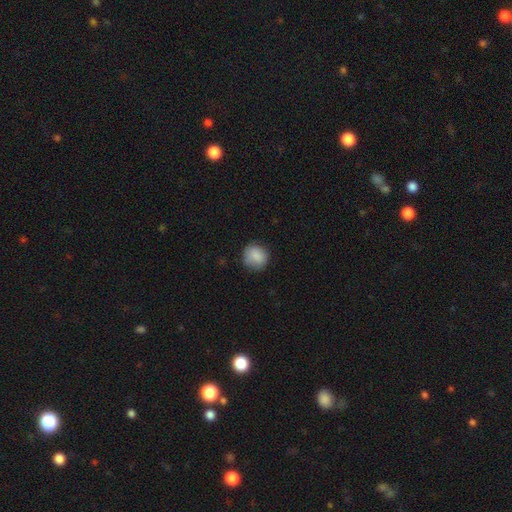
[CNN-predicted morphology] The model was most divided on "merging": none: 80%, minor disturbance: 15%, major disturbance: 3%, merger: 1%. More confident: how rounded — round (88%); smooth or featured — smooth (86%).